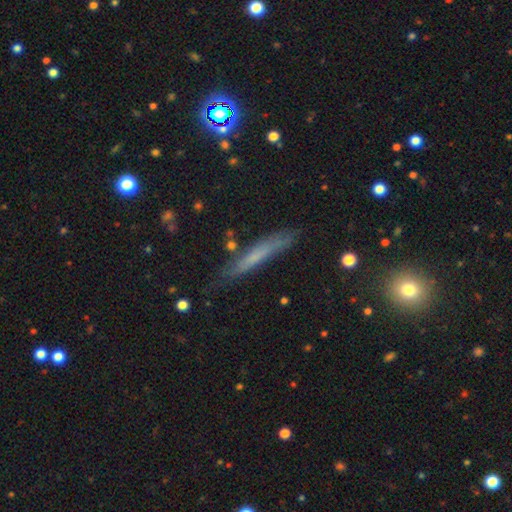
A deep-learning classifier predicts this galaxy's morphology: This is possibly a smooth galaxy (55%). How rounded: clearly cigar-shaped (93%). Merging: likely none (76%).